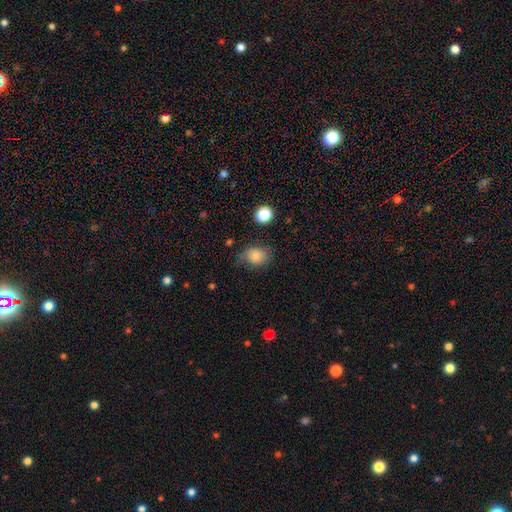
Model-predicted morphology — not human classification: smooth-or-featured: smooth: 83% | star or artifact: 10% | featured or disk: 7%
  how-rounded: in between: 53% | round: 46% | cigar-shaped: 1%
  merging: none: 62% | minor disturbance: 27% | major disturbance: 9% | merger: 2%